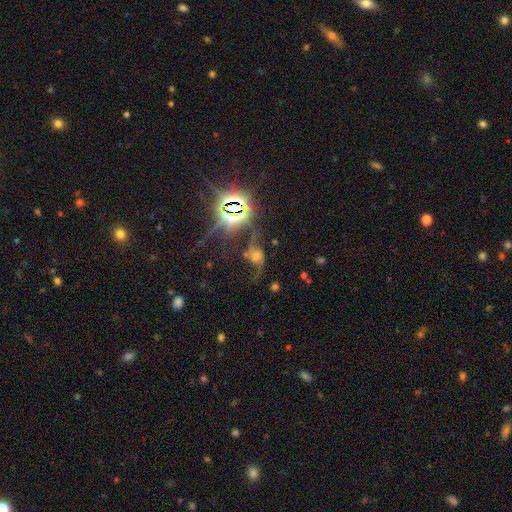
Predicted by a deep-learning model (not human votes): This appears to be a featured or disk galaxy (49%). Merging: none (45%).